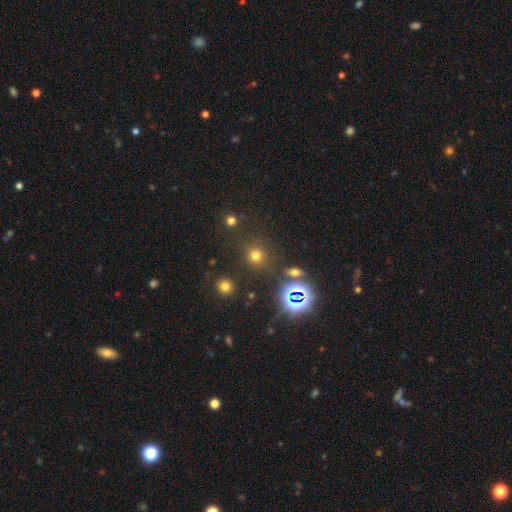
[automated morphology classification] Smooth or featured: smooth — 65% (star or artifact — 28%)
How rounded: round — 90% (in between — 9%)
Merging: none — 82% (minor disturbance — 8%)